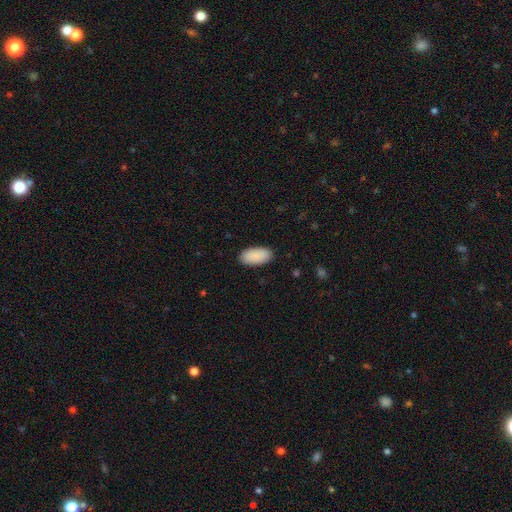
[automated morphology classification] Smooth or featured? Predicted: smooth (p=0.91). How rounded? Predicted: in between (p=0.95). Merging? Predicted: none (p=0.89).